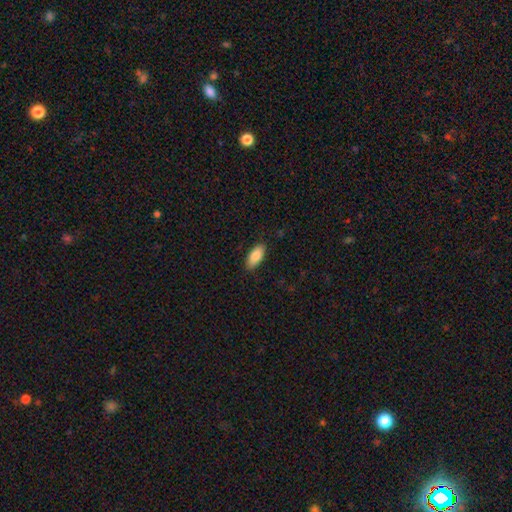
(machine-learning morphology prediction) type=smooth (87%); roundness=in between (88%); merging=none (87%).